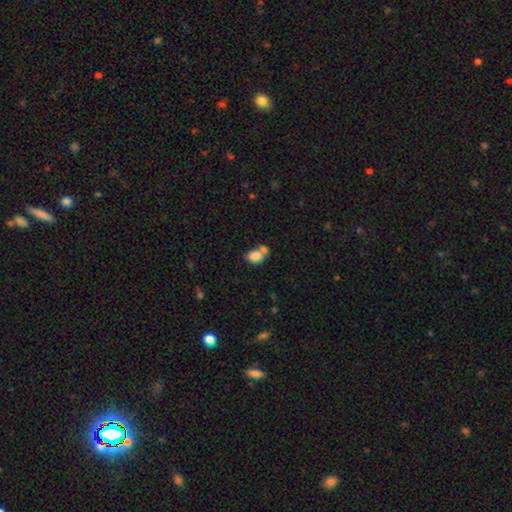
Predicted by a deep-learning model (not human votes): smooth_or_featured: smooth (p=0.82) [alt: featured or disk p=0.10]
how_rounded: in between (p=0.77) [alt: round p=0.22]
merging: merger (p=0.48) [alt: none p=0.34]